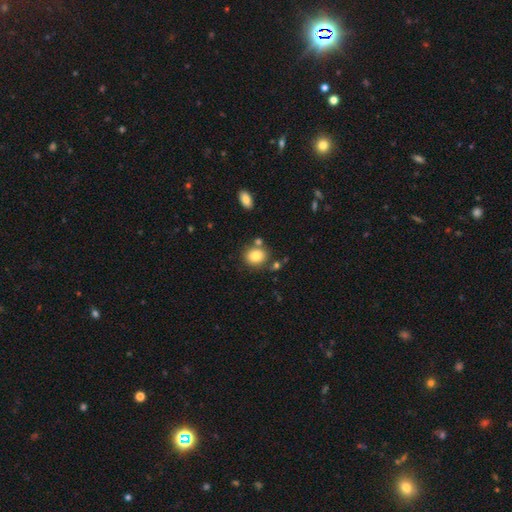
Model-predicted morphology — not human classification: Q: Smooth or featured?
A: smooth (80%); runner-up: featured or disk (10%)
Q: How rounded?
A: round (65%); runner-up: in between (34%)
Q: Merging?
A: none (71%); runner-up: merger (13%)